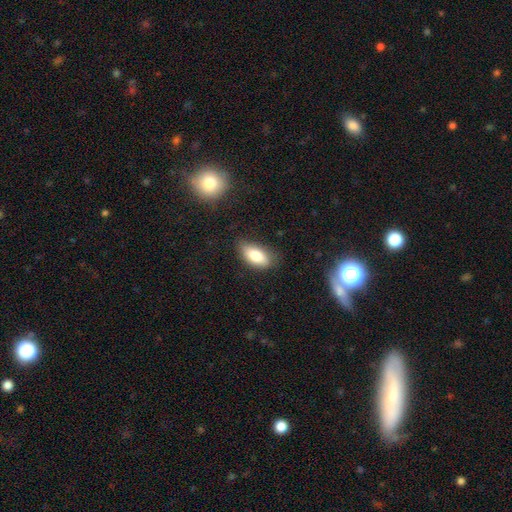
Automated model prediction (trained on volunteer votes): Smooth or featured? smooth (78%)
How rounded? in between (89%)
Merging? none (72%)